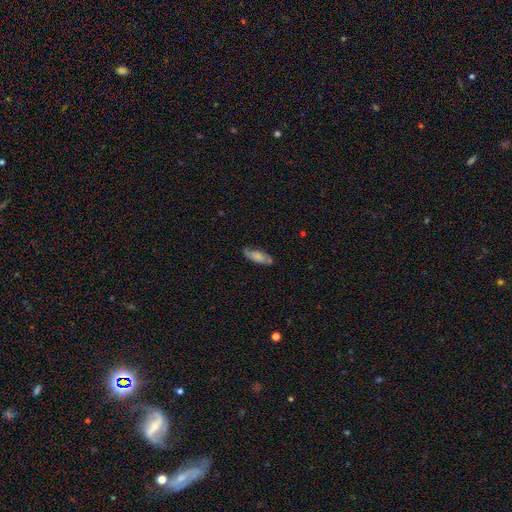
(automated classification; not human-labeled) Smooth or featured? Predicted: smooth (p=0.48). Merging? Predicted: none (p=0.75).